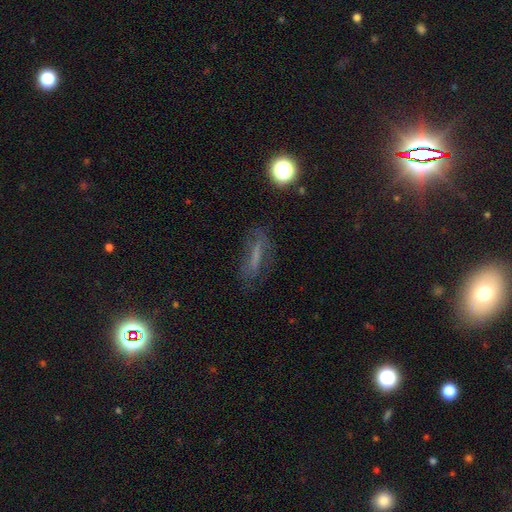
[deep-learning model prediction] Morphology: type=smooth (40%); merging=none (69%).